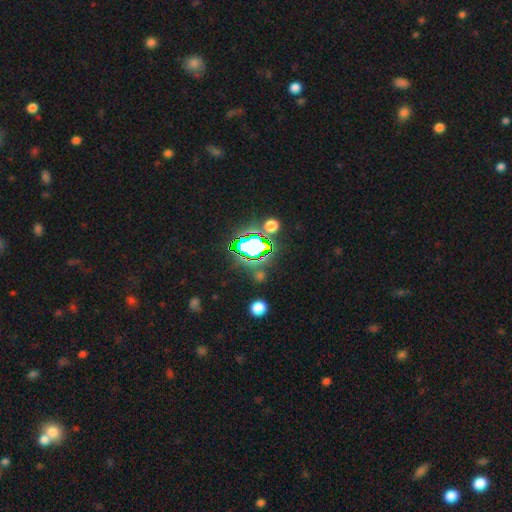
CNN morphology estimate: A star or artifact, not a galaxy (77%).